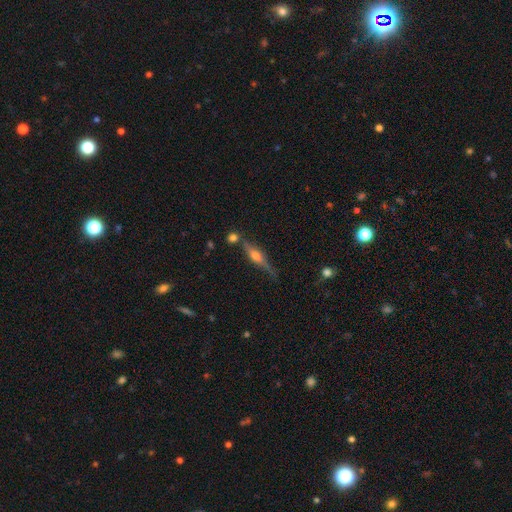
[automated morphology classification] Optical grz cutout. It shows a featured or disk galaxy (70%) viewed edge-on (96%) with a rounded central bulge (92%). Merging: none (73%).